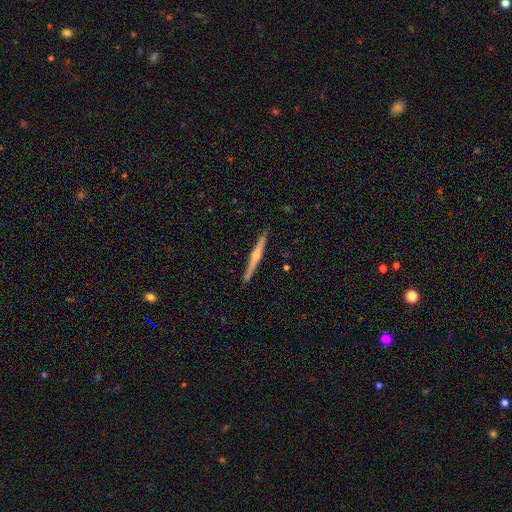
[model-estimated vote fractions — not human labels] The model was most divided on "smooth or featured": featured or disk: 69%, smooth: 25%, star or artifact: 6%. More confident: edge-on disk — yes (98%); merging — none (91%); edge-on bulge — rounded (72%).